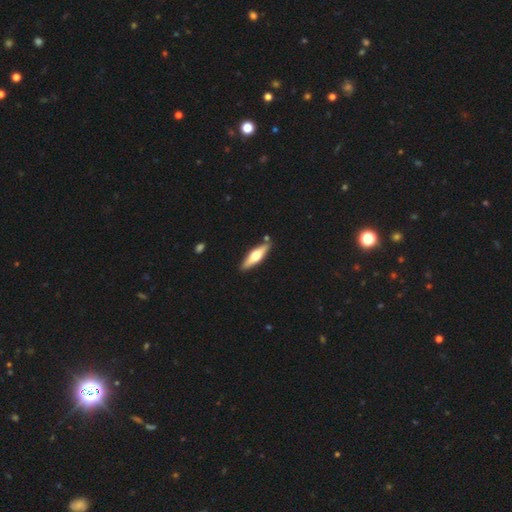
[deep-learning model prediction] This is possibly a featured or disk galaxy (50%). Merging: clearly none (87%).